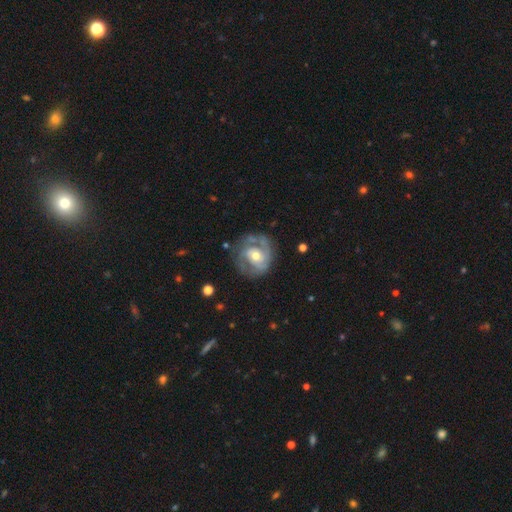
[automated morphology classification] Smooth or featured: featured or disk — 81% (smooth — 13%)
Edge-on disk: no — 98% (yes — 2%)
Bar: no — 65% (weak — 28%)
Spiral arms: yes — 89% (no — 11%)
Spiral winding: tight — 47% (medium — 40%)
Spiral arm count: 2 — 55% (can't tell — 19%)
Bulge size: moderate — 70% (small — 22%)
Merging: none — 65% (minor disturbance — 20%)